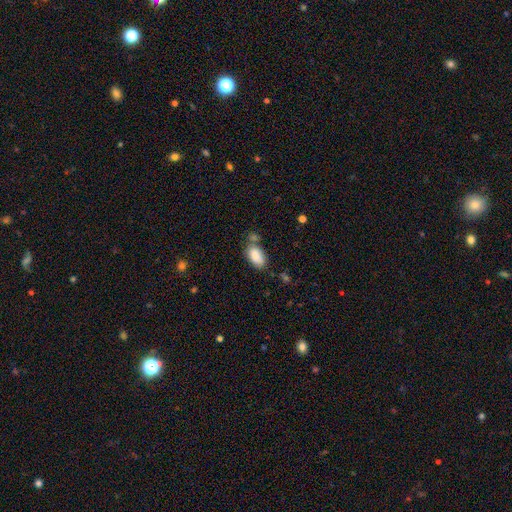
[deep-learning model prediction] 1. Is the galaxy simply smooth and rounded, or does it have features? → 86% smooth, 7% star or artifact, 7% featured or disk.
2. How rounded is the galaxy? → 93% in between, 4% round, 3% cigar-shaped.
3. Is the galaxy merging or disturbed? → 59% none, 18% minor disturbance, 18% merger, 5% major disturbance.